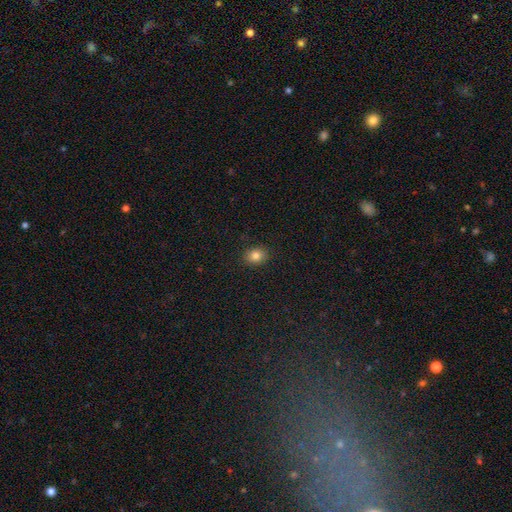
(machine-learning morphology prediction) This is clearly a smooth galaxy (82%). How rounded: possibly round (52%). Merging: clearly none (90%).